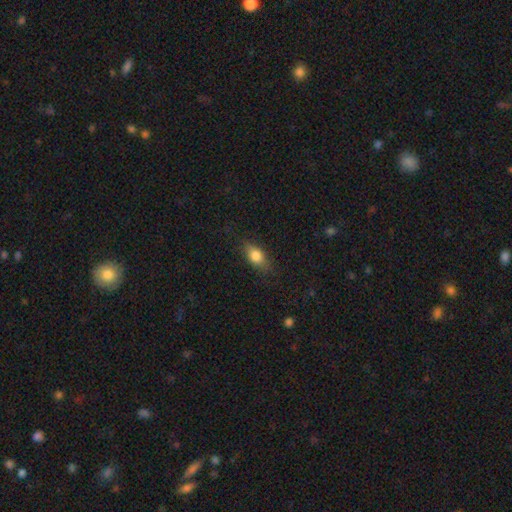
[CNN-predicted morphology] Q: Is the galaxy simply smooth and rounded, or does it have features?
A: smooth — 79%.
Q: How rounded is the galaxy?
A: in between — 79%.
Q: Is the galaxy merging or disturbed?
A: none — 79%.